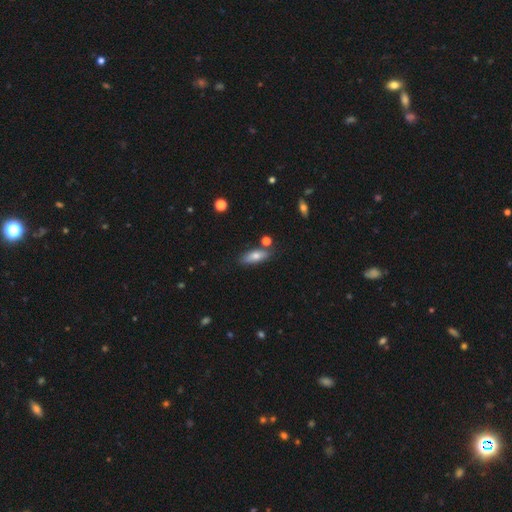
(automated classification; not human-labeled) Q: Smooth or featured?
A: smooth (71%); runner-up: featured or disk (21%)
Q: How rounded?
A: in between (64%); runner-up: cigar-shaped (33%)
Q: Merging?
A: none (76%); runner-up: minor disturbance (14%)